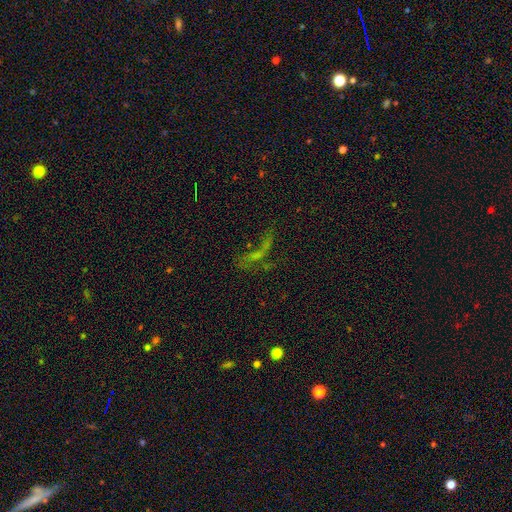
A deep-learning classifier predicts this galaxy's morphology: type=featured or disk (37%); merging=none (35%).